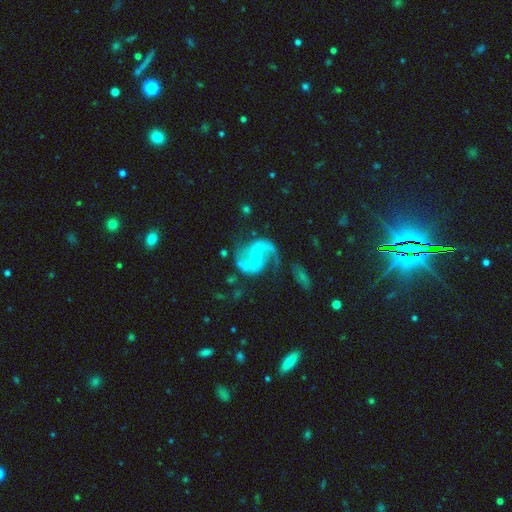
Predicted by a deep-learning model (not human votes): Smooth or featured? featured or disk (89%)
Edge-on disk? no (98%)
Bar? weak (44%)
Spiral arms? yes (97%)
Spiral winding? medium (46%)
Spiral arm count? 2 (90%)
Bulge size? small (57%)
Merging? none (63%)